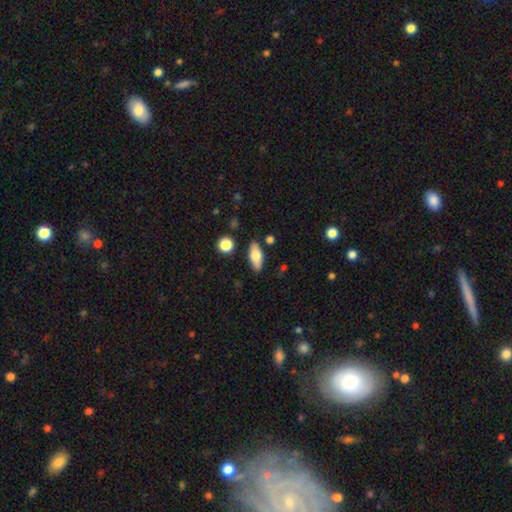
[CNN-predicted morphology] A smooth galaxy with no disk features (65%) that is in between round and cigar-shaped (72%). Merging: none (86%).